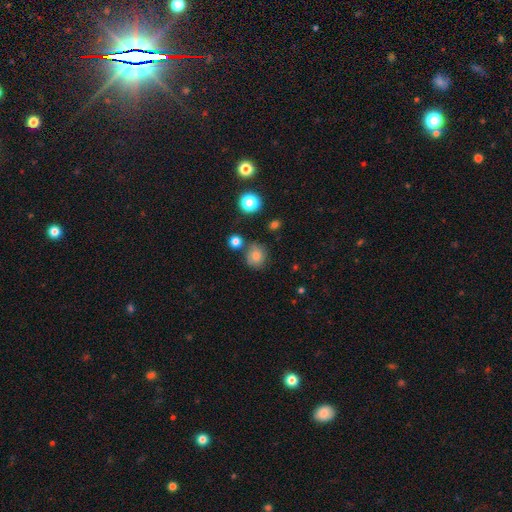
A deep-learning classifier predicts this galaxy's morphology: A smooth galaxy with no disk features (76%) that is round (81%).

Vote fractions:
- Smooth or featured? smooth: 76% / star or artifact: 13% / featured or disk: 11%
- How rounded? round: 81% / in between: 18% / cigar-shaped: 1%
- Merging? none: 70% / minor disturbance: 16% / merger: 9% / major disturbance: 5%